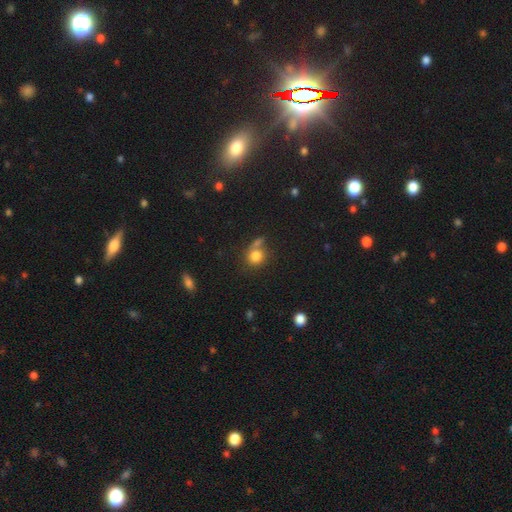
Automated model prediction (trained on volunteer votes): Smooth or featured? smooth (81%)
How rounded? round (81%)
Merging? none (54%)